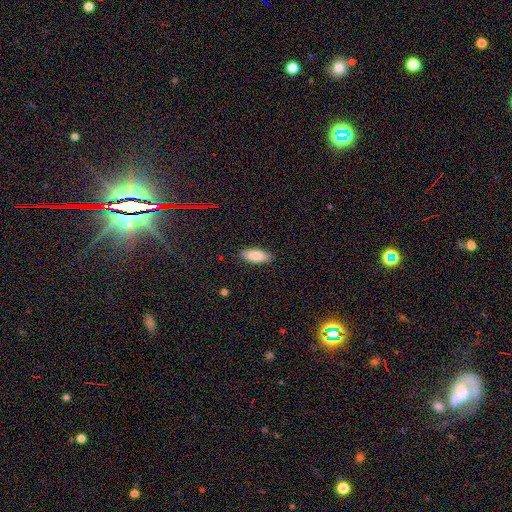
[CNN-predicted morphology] Smooth or featured? Predicted: smooth (p=0.86). How rounded? Predicted: in between (p=0.78). Merging? Predicted: none (p=0.88).